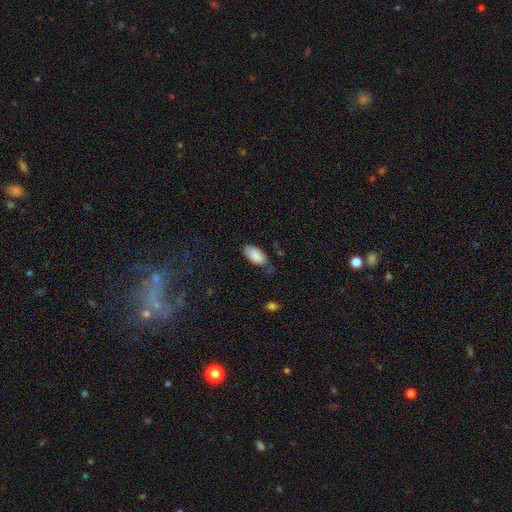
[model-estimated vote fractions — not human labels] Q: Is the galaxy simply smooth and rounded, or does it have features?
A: smooth — 84%.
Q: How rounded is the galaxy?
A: in between — 94%.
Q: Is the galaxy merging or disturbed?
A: none — 52%.